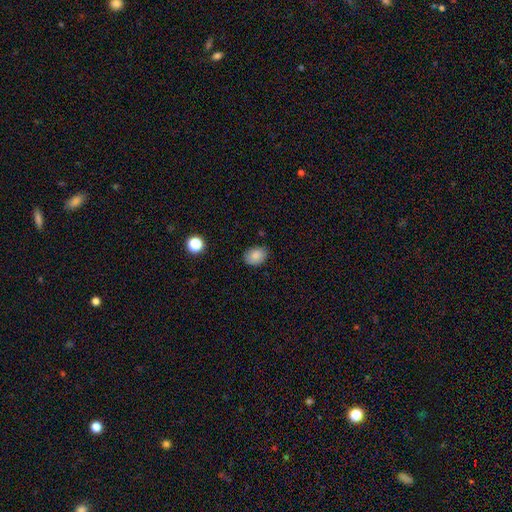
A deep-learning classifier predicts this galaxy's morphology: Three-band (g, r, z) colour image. It shows a smooth galaxy with no disk features (85%) that is in between round and cigar-shaped (61%). Merging: none (79%).